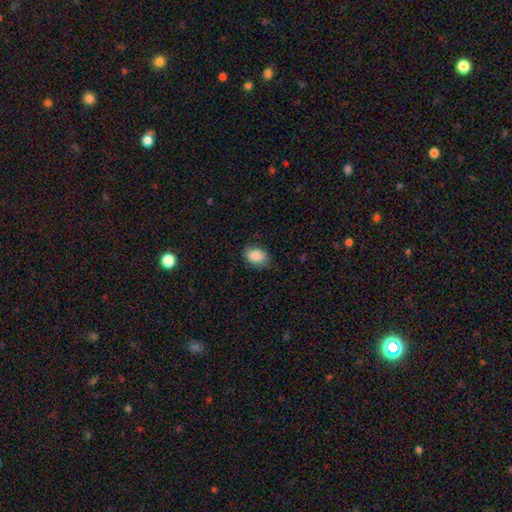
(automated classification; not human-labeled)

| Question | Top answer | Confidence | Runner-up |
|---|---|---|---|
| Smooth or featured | smooth | 87% | star or artifact (7%) |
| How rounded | in between | 82% | round (17%) |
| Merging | none | 79% | minor disturbance (16%) |